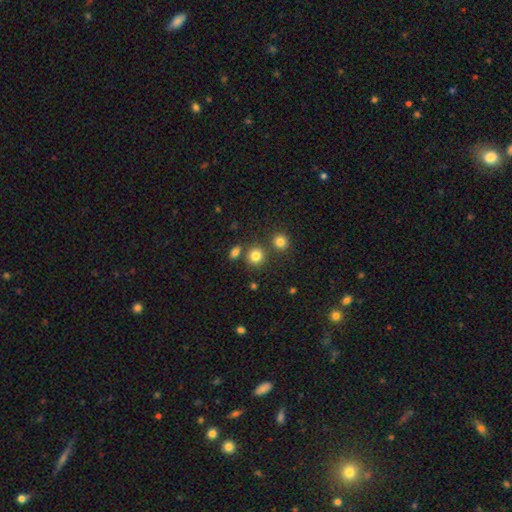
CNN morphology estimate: type=smooth (81%); roundness=round (86%); merging=none (75%).